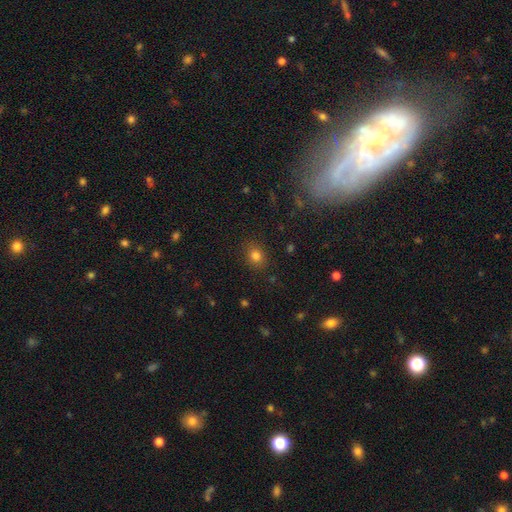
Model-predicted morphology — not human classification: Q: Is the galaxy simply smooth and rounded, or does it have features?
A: smooth — 79%.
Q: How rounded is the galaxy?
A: round — 63%.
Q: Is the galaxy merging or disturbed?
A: none — 86%.